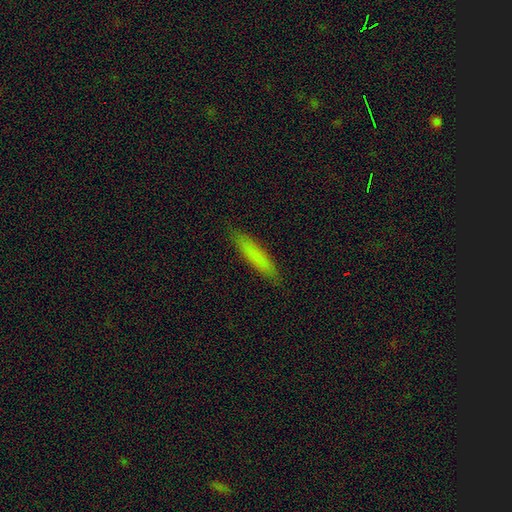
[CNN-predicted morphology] smooth 79%, featured or disk 14%, star or artifact 7%. Down the decision tree: how rounded — cigar-shaped (87%); merging — none (88%).